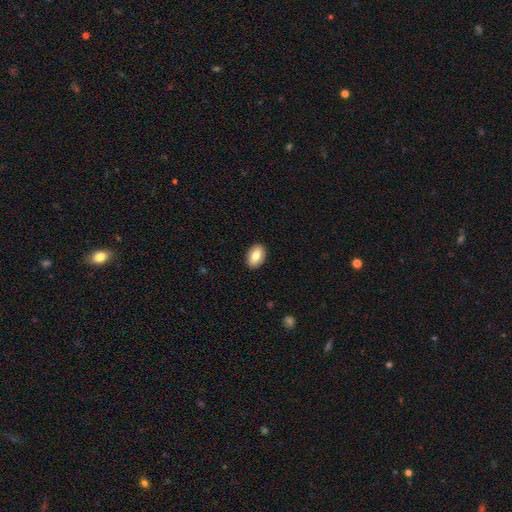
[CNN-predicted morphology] smooth-or-featured: smooth: 80% | featured or disk: 14% | star or artifact: 7%
  how-rounded: in between: 87% | round: 12% | cigar-shaped: 1%
  merging: none: 90% | minor disturbance: 7% | major disturbance: 2% | merger: 1%